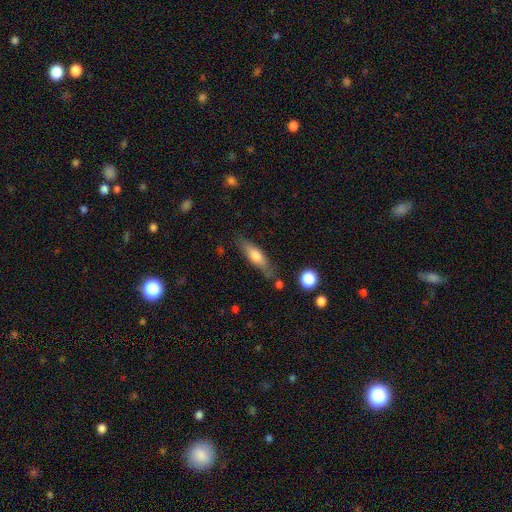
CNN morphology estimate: This appears to be a smooth galaxy with no disk features (64%) that is cigar-shaped (56%). Merging: none (71%).